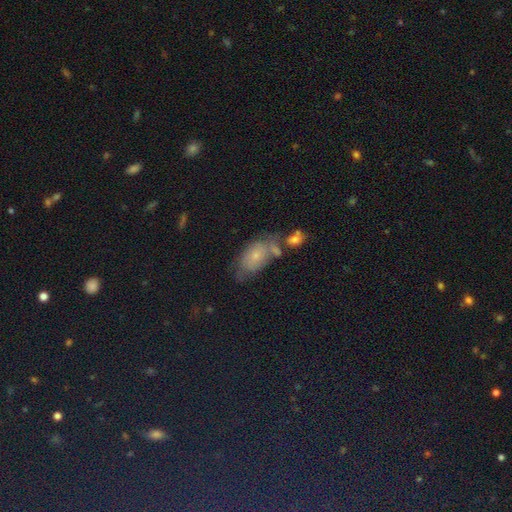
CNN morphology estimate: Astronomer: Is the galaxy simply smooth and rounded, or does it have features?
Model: smooth — 61%.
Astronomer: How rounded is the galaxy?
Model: in between — 90%.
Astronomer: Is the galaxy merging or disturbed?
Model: none — 38% (runner-up: merger, 26%).